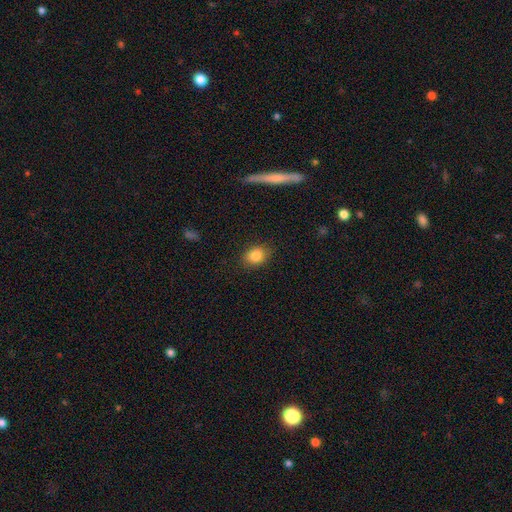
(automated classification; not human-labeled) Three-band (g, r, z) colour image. It shows a smooth galaxy with no disk features (83%) that is in between round and cigar-shaped (58%). Merging: none (85%).